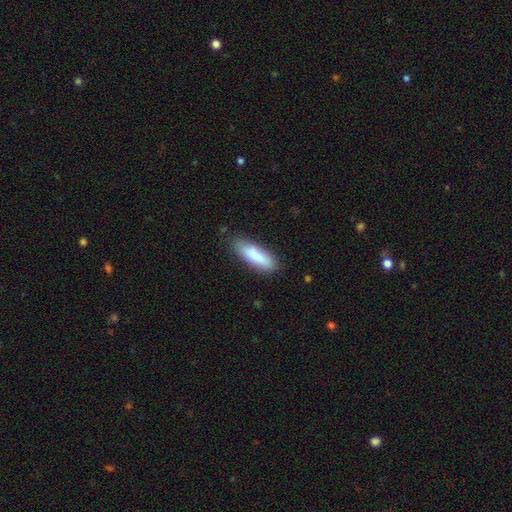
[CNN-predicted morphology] smooth 85%, featured or disk 9%, star or artifact 6%. Down the decision tree: how rounded — cigar-shaped (54%); merging — none (78%).